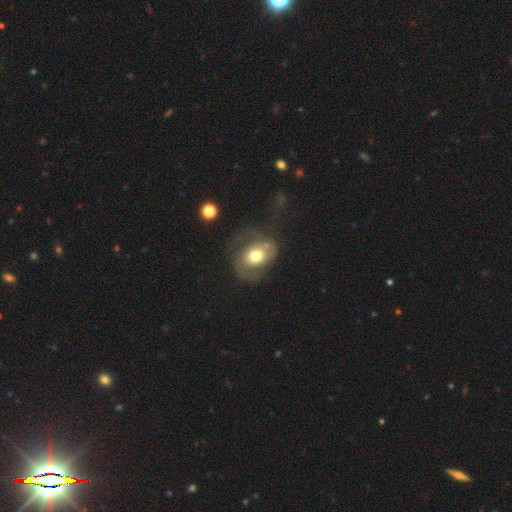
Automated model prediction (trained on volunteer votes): Overall: smooth (54%; featured or disk 38%). How rounded: in between (57%; round 42%). Merging: none (38%; major disturbance 32%).